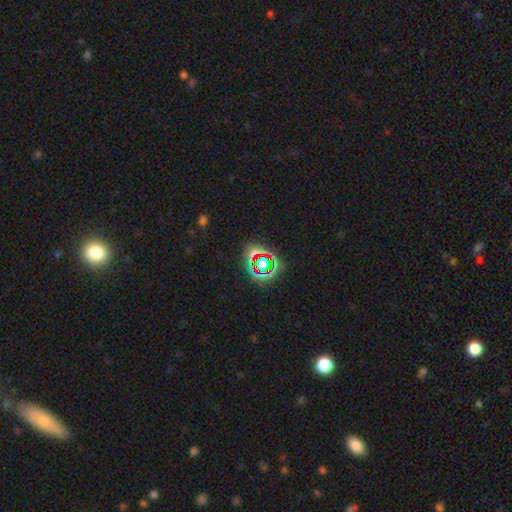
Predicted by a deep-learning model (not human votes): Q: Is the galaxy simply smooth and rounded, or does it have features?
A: star or artifact — 68%.